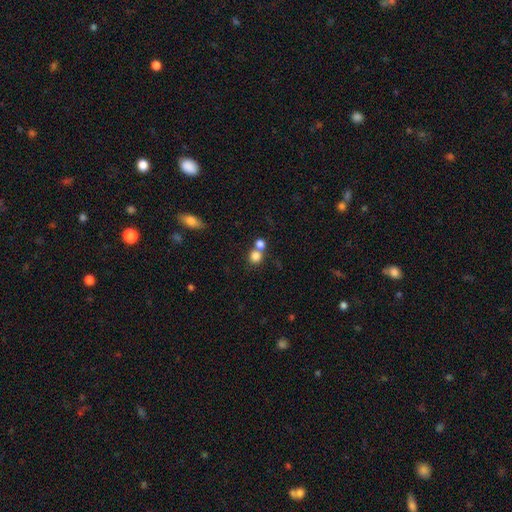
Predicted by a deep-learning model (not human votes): This is clearly a smooth galaxy (80%). How rounded: clearly round (86%). Merging: possibly none (48%).